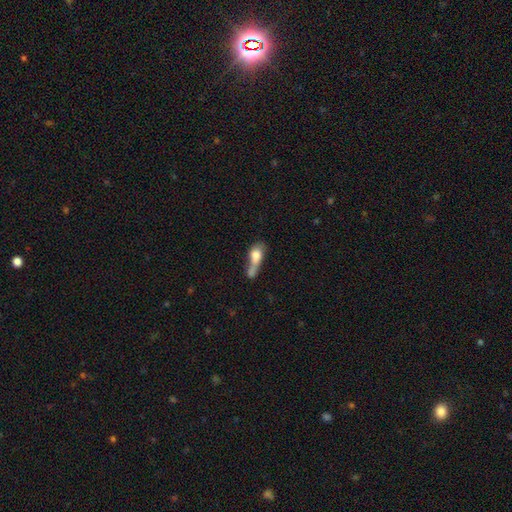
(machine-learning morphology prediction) This is likely a smooth galaxy (69%). How rounded: possibly in between (60%). Merging: possibly merger (55%).